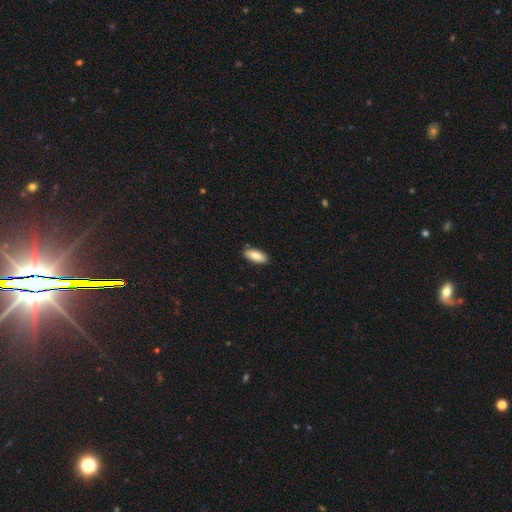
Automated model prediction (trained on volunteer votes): Smooth or featured: smooth — 84% (featured or disk — 10%)
How rounded: in between — 85% (cigar-shaped — 13%)
Merging: none — 88% (minor disturbance — 10%)